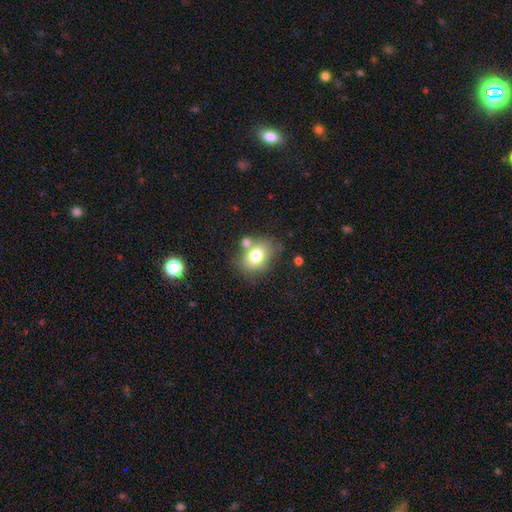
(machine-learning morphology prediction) smooth 73%, featured or disk 16%, star or artifact 10%. Down the decision tree: how rounded — in between (64%); merging — none (61%).